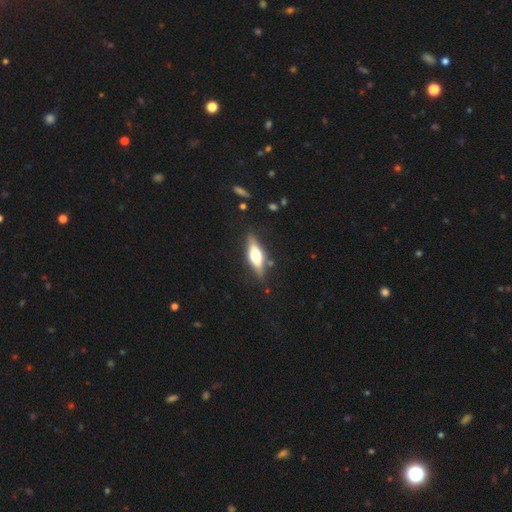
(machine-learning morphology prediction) Smooth or featured? featured or disk (56%)
Edge-on disk? yes (90%)
Edge-on bulge? rounded (90%)
Merging? none (81%)